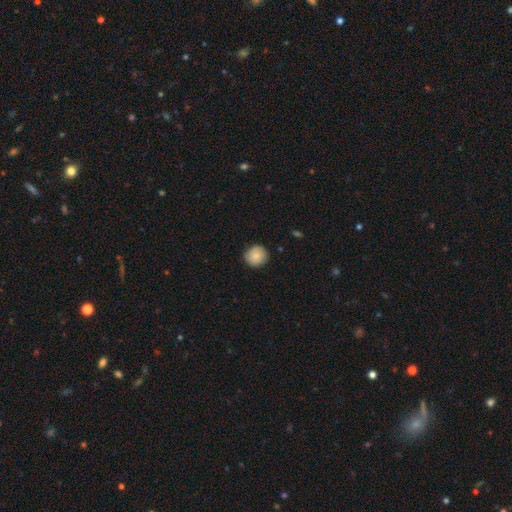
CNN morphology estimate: type=smooth (83%); roundness=round (91%); merging=none (86%).